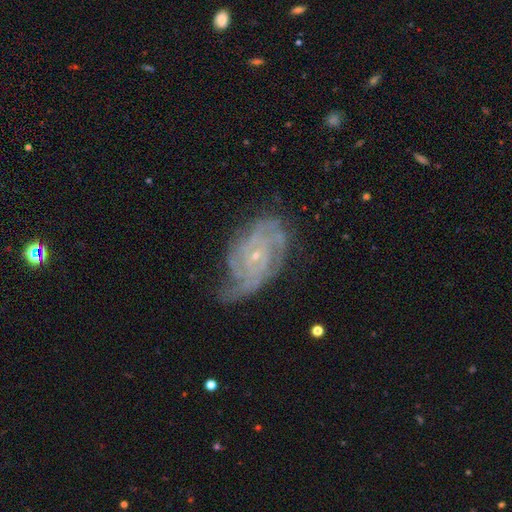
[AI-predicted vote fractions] Smooth or featured? featured or disk (86%)
Edge-on disk? no (96%)
Bar? no (67%)
Spiral arms? yes (96%)
Spiral winding? tight (63%)
Spiral arm count? can't tell (26%)
Bulge size? small (82%)
Merging? none (61%)